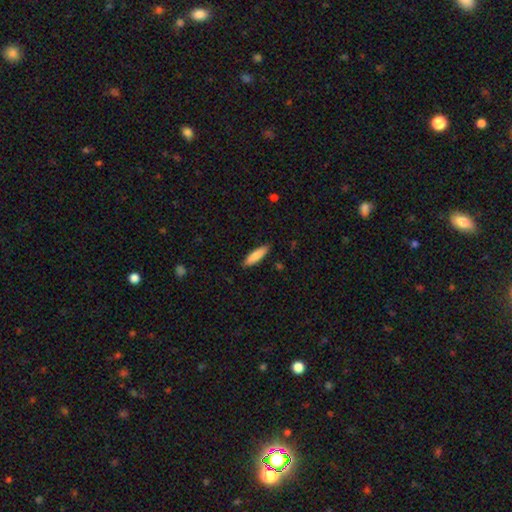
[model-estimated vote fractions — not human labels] This appears to be a smooth galaxy with no disk features (84%) that is cigar-shaped (63%). Merging: none (88%).